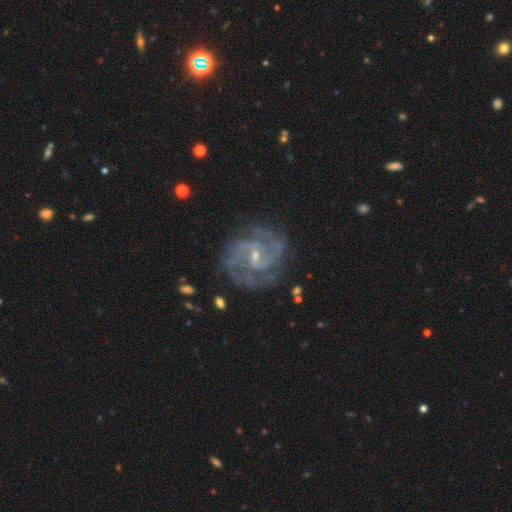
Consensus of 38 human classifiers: Smooth or featured?
  - featured or disk: 97% *
  - smooth: 3%
  - star or artifact: 0%
Edge-on disk?
  - no: 97% *
  - yes: 3%
Bar?
  - weak: 58% *
  - no: 22%
  - strong: 19%
Spiral arms?
  - yes: 100% *
  - no: 0%
Spiral winding?
  - medium: 56% *
  - tight: 36%
  - loose: 8%
Spiral arm count?
  - 2: 86% *
  - 3: 6%
  - more than 4: 6%
  - can't tell: 3%
  - 1: 0%
  - 4: 0%
Bulge size?
  - small: 83% *
  - moderate: 17%
  - dominant: 0%
  - large: 0%
  - none: 0%
Merging?
  - none: 79% *
  - minor disturbance: 21%
  - major disturbance: 0%
  - merger: 0%